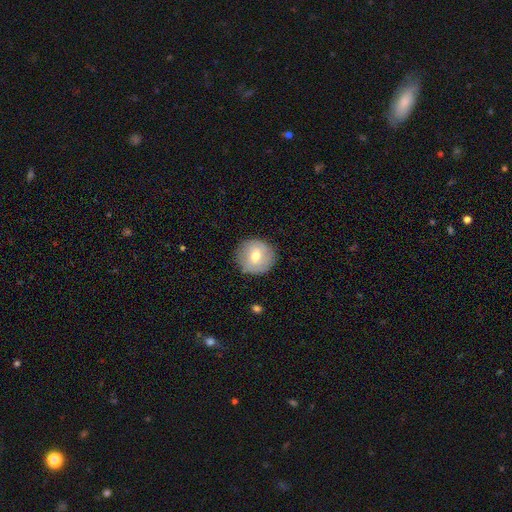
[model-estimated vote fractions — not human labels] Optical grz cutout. It shows a smooth galaxy with no disk features (63%) that is round (93%). Merging: none (85%).